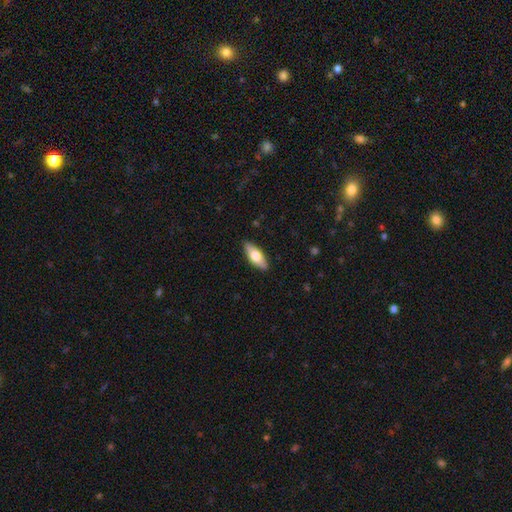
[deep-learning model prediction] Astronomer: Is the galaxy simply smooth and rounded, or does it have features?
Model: smooth — 68%.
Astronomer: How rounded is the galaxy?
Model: in between — 73%.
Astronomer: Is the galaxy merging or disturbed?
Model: none — 89%.